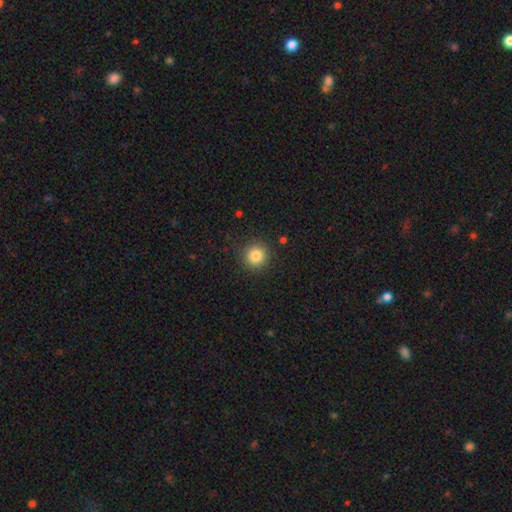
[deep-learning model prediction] Overall: smooth (84%). How rounded: round (94%). Merging: none (90%).